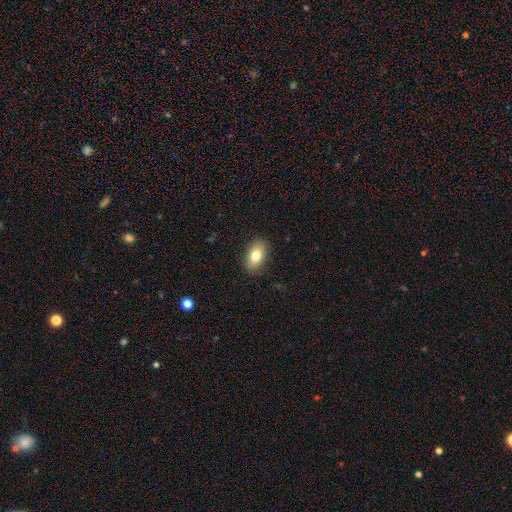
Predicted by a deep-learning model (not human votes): This appears to be a smooth galaxy with no disk features (79%) that is in between round and cigar-shaped (88%). Merging: none (87%).